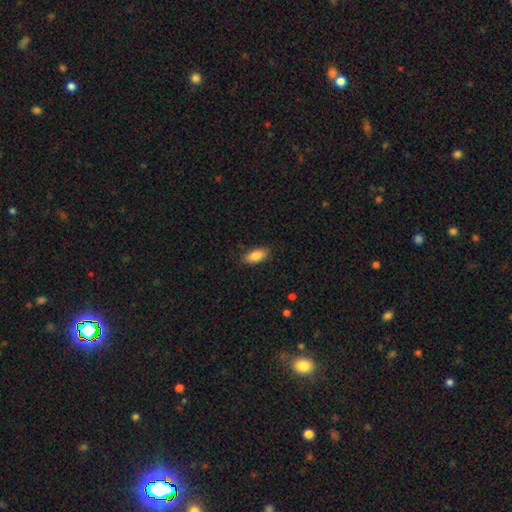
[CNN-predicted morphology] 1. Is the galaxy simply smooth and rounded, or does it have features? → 86% smooth, 7% featured or disk, 7% star or artifact.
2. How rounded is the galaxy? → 87% in between, 10% cigar-shaped, 2% round.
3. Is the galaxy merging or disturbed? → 86% none, 11% minor disturbance, 2% major disturbance, 1% merger.